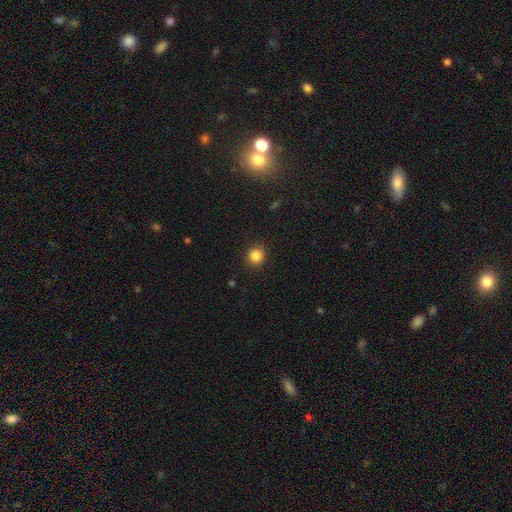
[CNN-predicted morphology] A smooth galaxy with no disk features (85%) that is round (91%). Merging: none (91%).